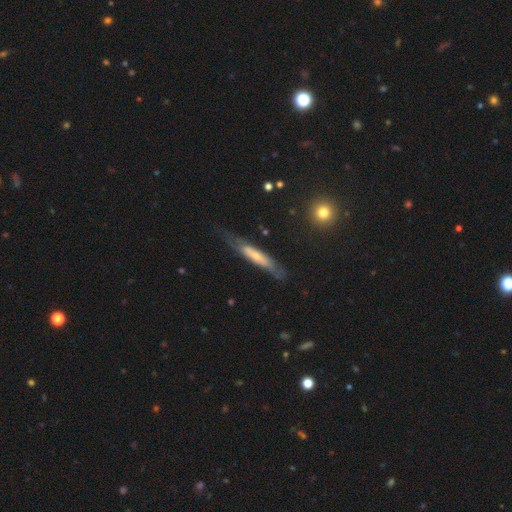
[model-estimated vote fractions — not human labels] The model was most divided on "smooth or featured": featured or disk: 56%, smooth: 38%, star or artifact: 6%. More confident: edge-on disk — yes (61%); merging — none (58%).